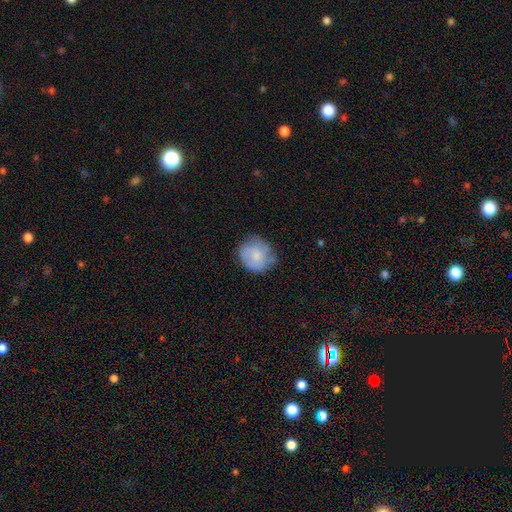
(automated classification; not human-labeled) A smooth galaxy with no disk features (64%) that is round (78%). Merging: none (65%).